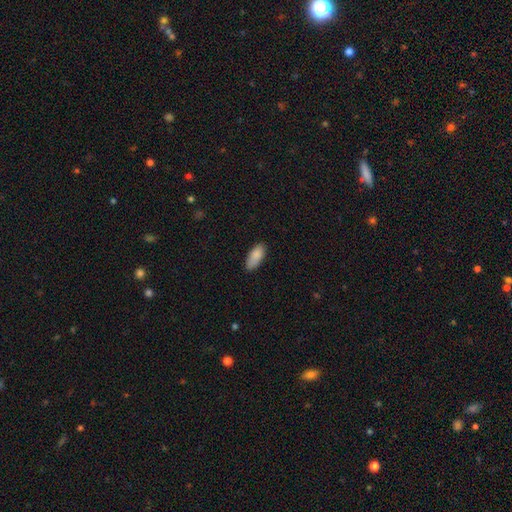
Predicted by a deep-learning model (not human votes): Smooth or featured: smooth — 88% (star or artifact — 6%)
How rounded: in between — 86% (cigar-shaped — 12%)
Merging: none — 81% (minor disturbance — 15%)